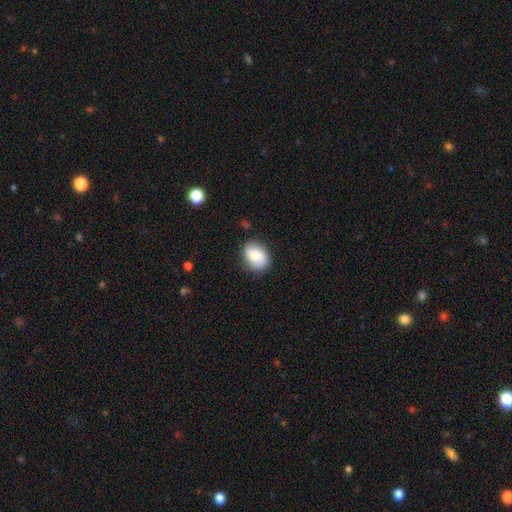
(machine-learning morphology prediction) type=smooth (78%); roundness=in between (66%); merging=none (81%).